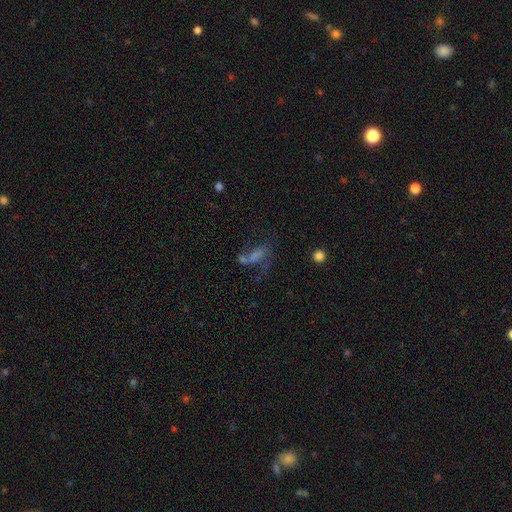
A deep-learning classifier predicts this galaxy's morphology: This is marginally a featured or disk galaxy (39%). Merging: marginally none (34%).